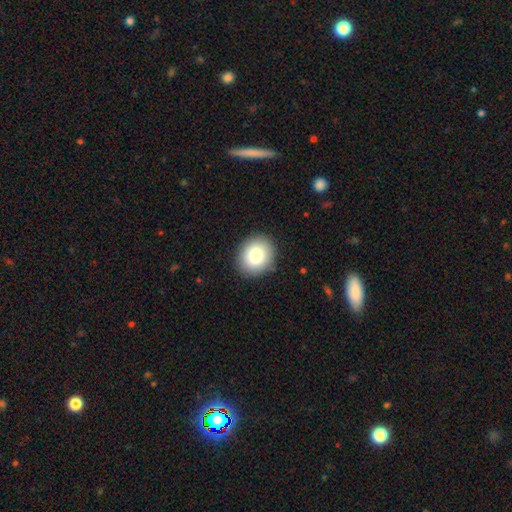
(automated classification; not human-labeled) This is clearly a smooth galaxy (82%). How rounded: likely round (71%). Merging: clearly none (89%).